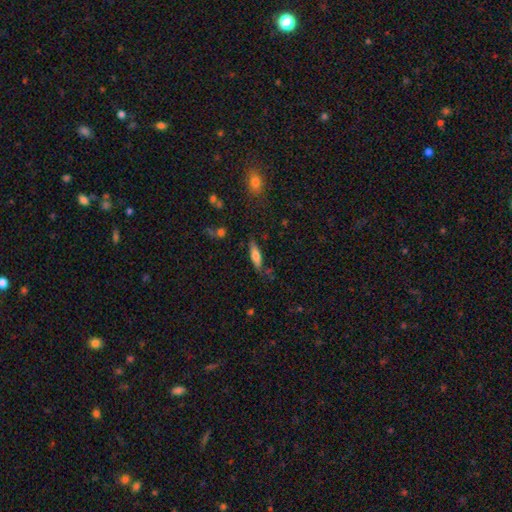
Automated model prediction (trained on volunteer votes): smooth 68%, featured or disk 25%, star or artifact 7%. Down the decision tree: how rounded — cigar-shaped (64%); merging — none (77%).